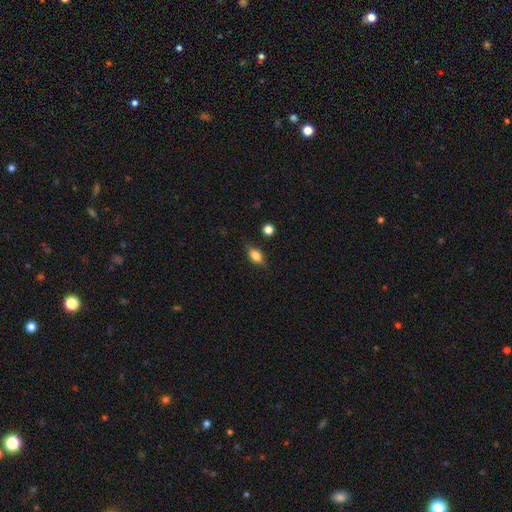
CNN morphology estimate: A smooth galaxy with no disk features (79%) that is in between round and cigar-shaped (82%). Merging: none (78%).